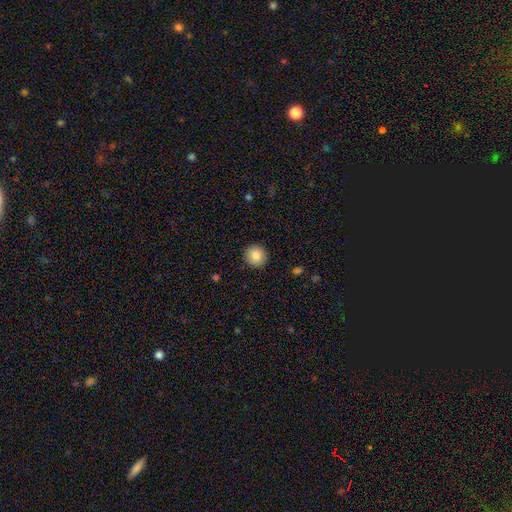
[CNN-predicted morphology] type=smooth (86%); roundness=round (93%); merging=none (91%).